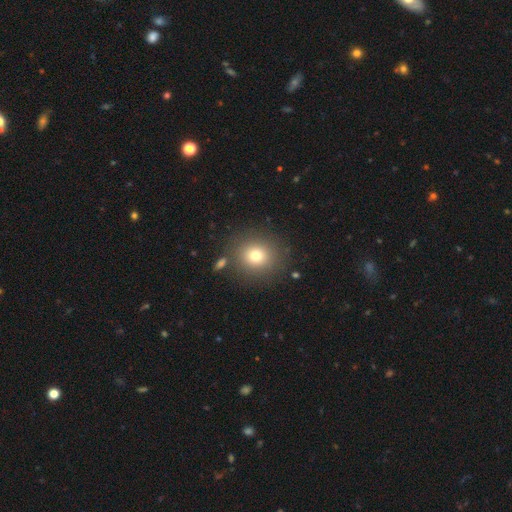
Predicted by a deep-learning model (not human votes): Smooth or featured? Predicted: smooth (p=0.75). How rounded? Predicted: round (p=0.86). Merging? Predicted: none (p=0.84).